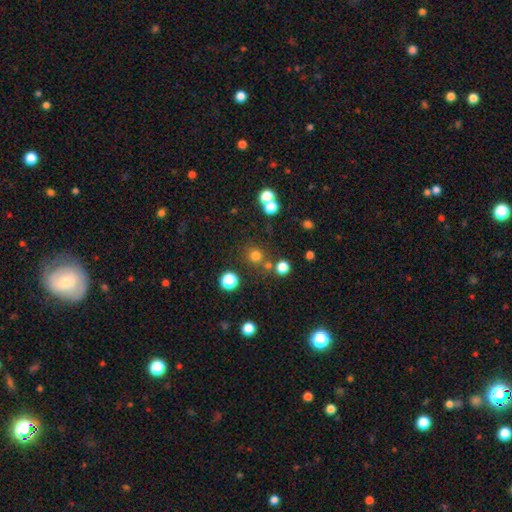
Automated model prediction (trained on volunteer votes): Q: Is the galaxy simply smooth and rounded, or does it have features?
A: smooth — 74%.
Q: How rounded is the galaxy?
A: round — 93%.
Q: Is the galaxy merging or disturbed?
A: none — 78%.